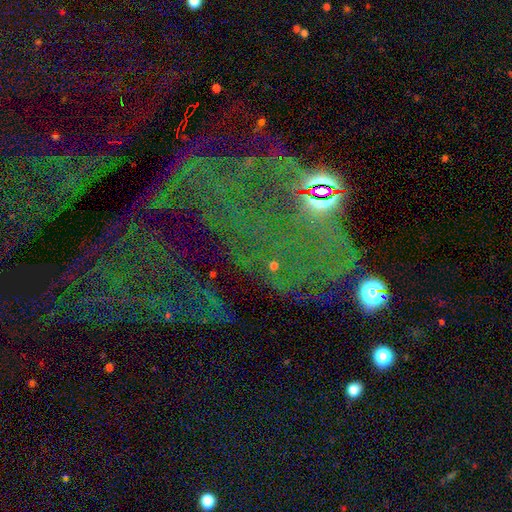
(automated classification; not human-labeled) Smooth or featured? Predicted: star or artifact (p=0.74).